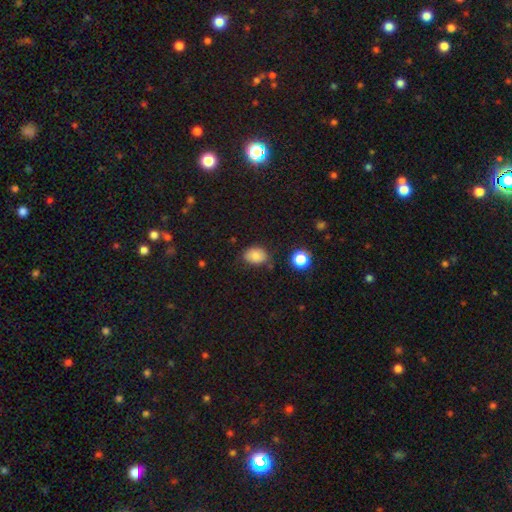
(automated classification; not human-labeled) smooth_or_featured: smooth (p=0.83) [alt: star or artifact p=0.10]
how_rounded: in between (p=0.72) [alt: round p=0.27]
merging: none (p=0.73) [alt: minor disturbance p=0.20]